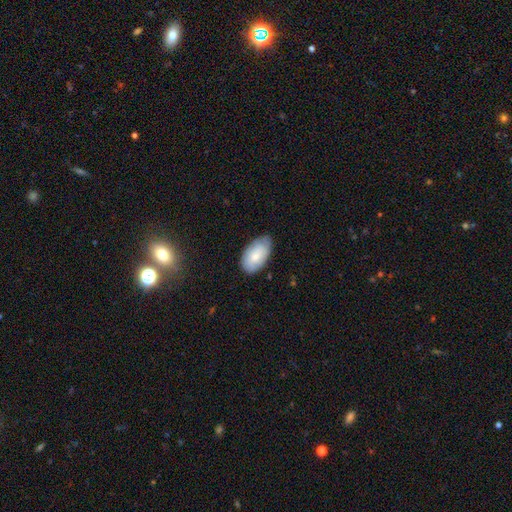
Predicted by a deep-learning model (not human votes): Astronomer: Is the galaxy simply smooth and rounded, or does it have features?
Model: smooth — 74%.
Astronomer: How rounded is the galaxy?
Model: in between — 95%.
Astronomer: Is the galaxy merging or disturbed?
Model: none — 70%.